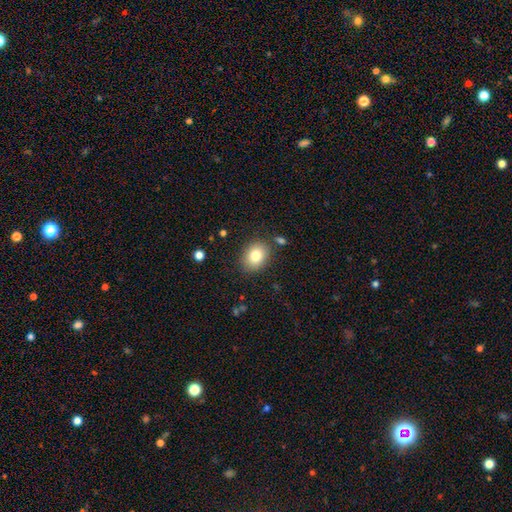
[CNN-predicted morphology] smooth-or-featured: smooth: 81% | featured or disk: 10% | star or artifact: 9%
  how-rounded: in between: 56% | round: 43% | cigar-shaped: 1%
  merging: none: 83% | minor disturbance: 11% | major disturbance: 3% | merger: 3%